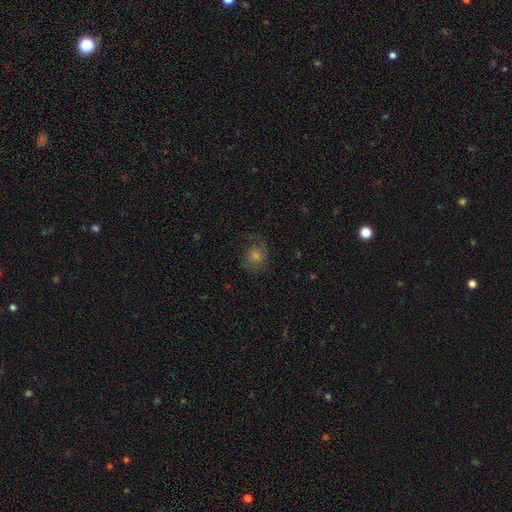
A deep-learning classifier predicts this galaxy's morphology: smooth-or-featured: smooth: 47% | featured or disk: 32% | star or artifact: 20%
  merging: none: 69% | minor disturbance: 19% | major disturbance: 10% | merger: 1%